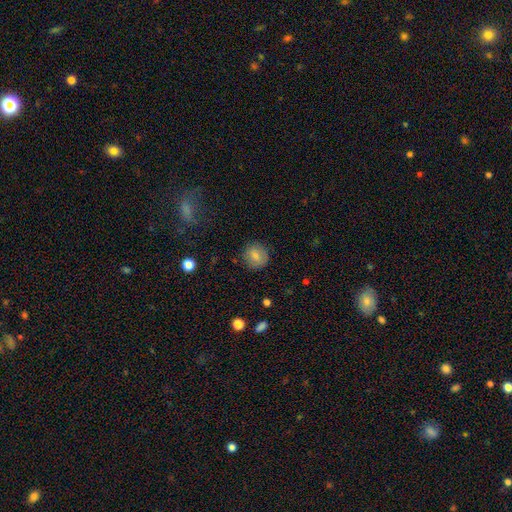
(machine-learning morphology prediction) Smooth or featured?
  - smooth: 78% *
  - featured or disk: 12%
  - star or artifact: 10%
How rounded?
  - round: 83% *
  - in between: 16%
  - cigar-shaped: 1%
Merging?
  - none: 84% *
  - minor disturbance: 12%
  - major disturbance: 4%
  - merger: 1%